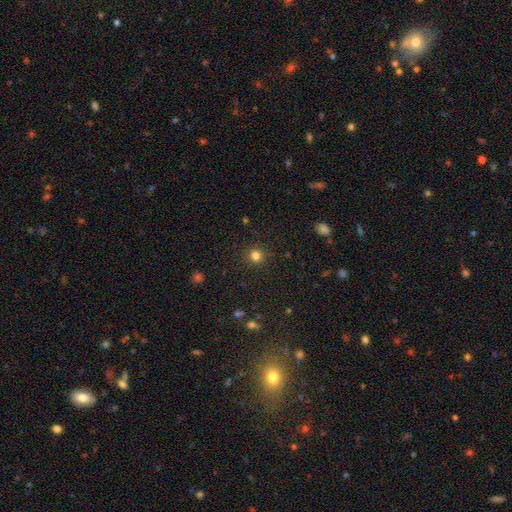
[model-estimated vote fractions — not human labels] Smooth or featured? smooth (81%)
How rounded? round (92%)
Merging? none (90%)